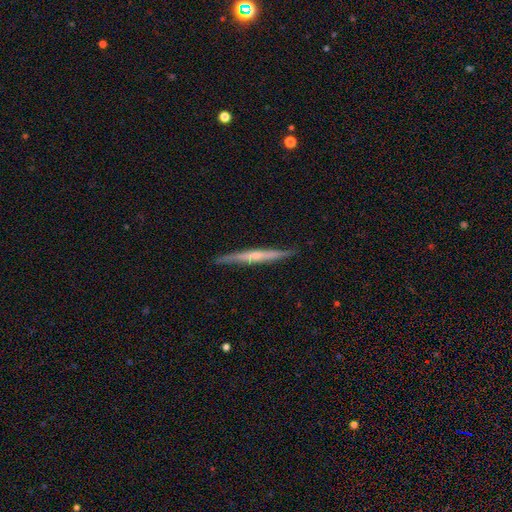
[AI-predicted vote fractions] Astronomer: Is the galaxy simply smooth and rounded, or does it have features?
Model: featured or disk — 64%.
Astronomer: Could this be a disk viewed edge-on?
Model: yes — 96%.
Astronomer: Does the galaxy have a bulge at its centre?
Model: rounded — 50% (runner-up: none, 43%).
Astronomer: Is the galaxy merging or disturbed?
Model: none — 87%.